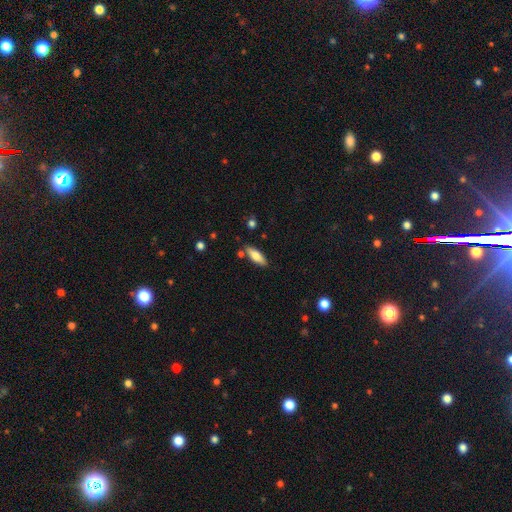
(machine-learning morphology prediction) Smooth or featured? smooth (73%)
How rounded? in between (64%)
Merging? none (80%)